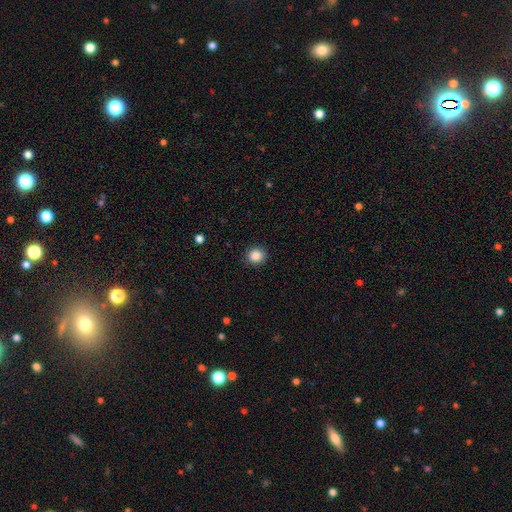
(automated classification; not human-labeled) Smooth or featured? Predicted: smooth (p=0.87). How rounded? Predicted: round (p=0.86). Merging? Predicted: none (p=0.90).